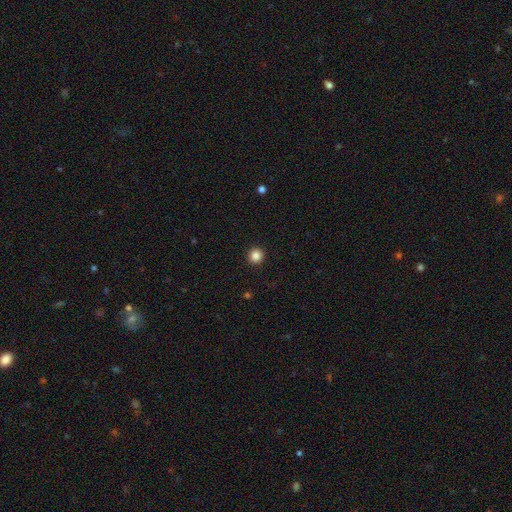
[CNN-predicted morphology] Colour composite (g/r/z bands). It shows a smooth galaxy with no disk features (86%) that is round (96%). Merging: none (94%).